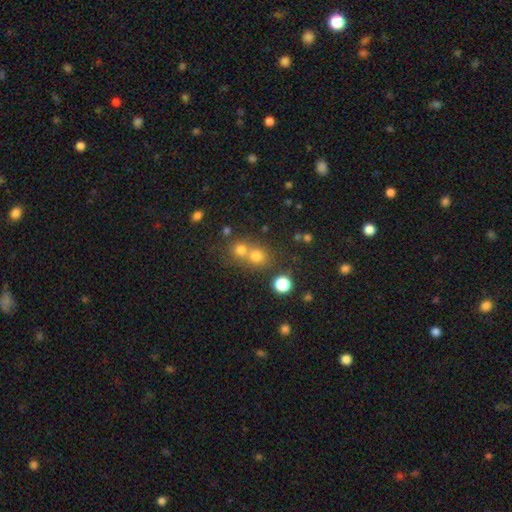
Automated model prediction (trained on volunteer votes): This appears to be a smooth galaxy with no disk features (71%) that is round (82%). Merging: merger (49%).